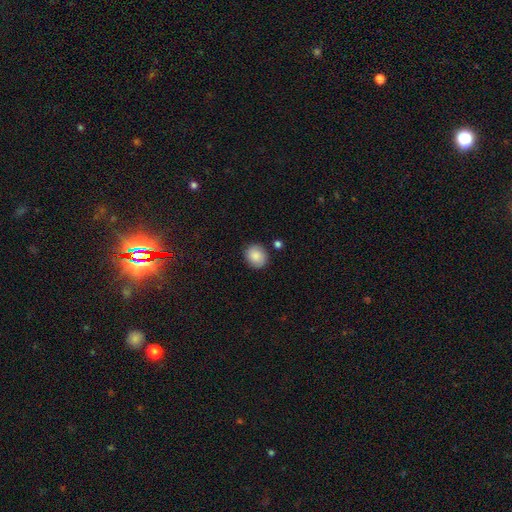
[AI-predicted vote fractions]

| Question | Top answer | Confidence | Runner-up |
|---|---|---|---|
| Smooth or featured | smooth | 86% | star or artifact (8%) |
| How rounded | round | 73% | in between (26%) |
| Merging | none | 84% | minor disturbance (11%) |